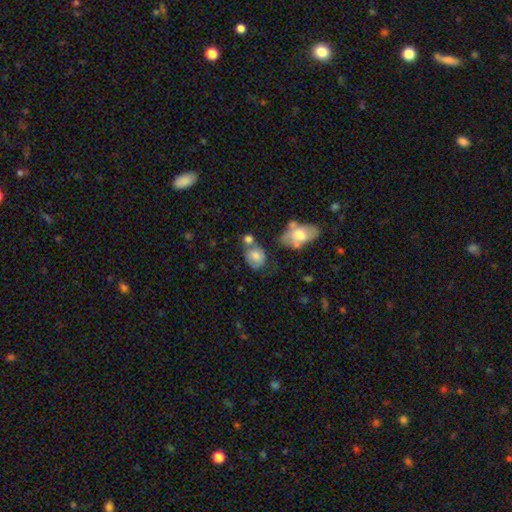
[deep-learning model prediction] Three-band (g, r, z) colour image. It shows a smooth galaxy with no disk features (72%) that is in between round and cigar-shaped (56%). Merging: none (45%).